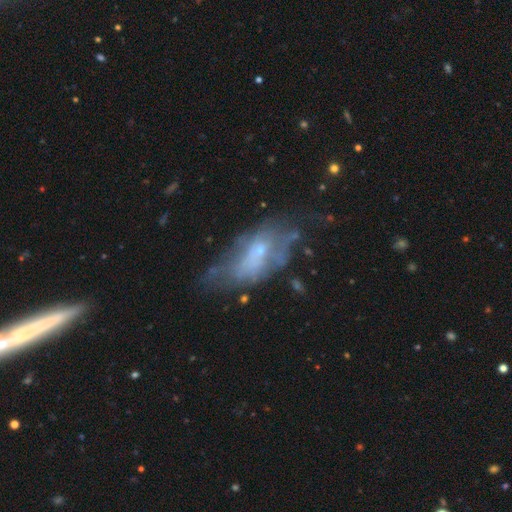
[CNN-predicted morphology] type=featured or disk (54%); edge-on=no (89%); merging=none (36%).